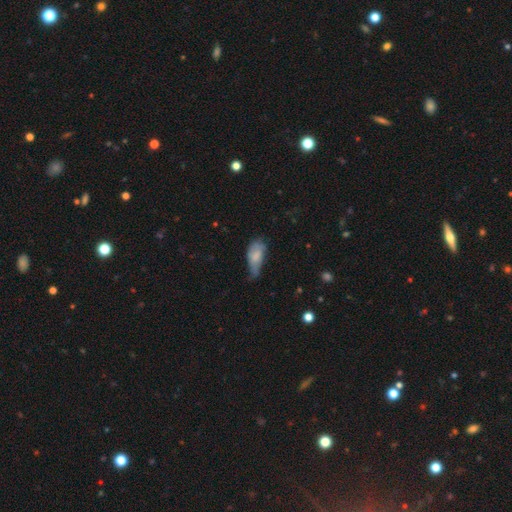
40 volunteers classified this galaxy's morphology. type=smooth (70%); roundness=in between (89%); merging=minor disturbance (42%).